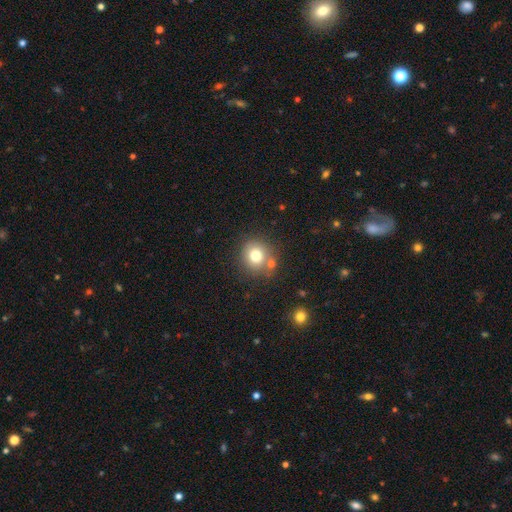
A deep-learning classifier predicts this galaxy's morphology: This appears to be a smooth galaxy with no disk features (76%) that is round (88%). Merging: none (68%).